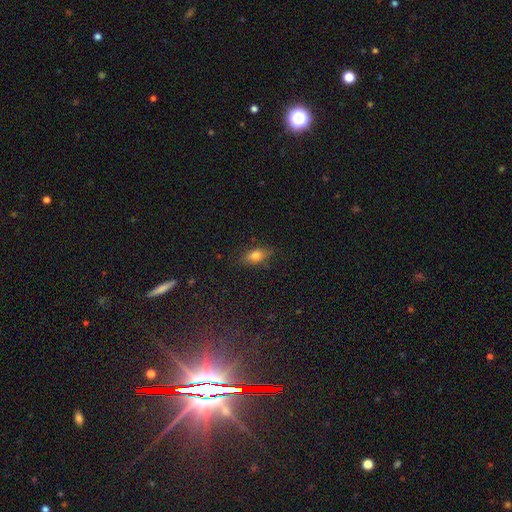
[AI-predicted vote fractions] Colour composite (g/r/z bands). It shows a smooth galaxy with no disk features (74%) that is in between round and cigar-shaped (80%). Merging: none (79%).